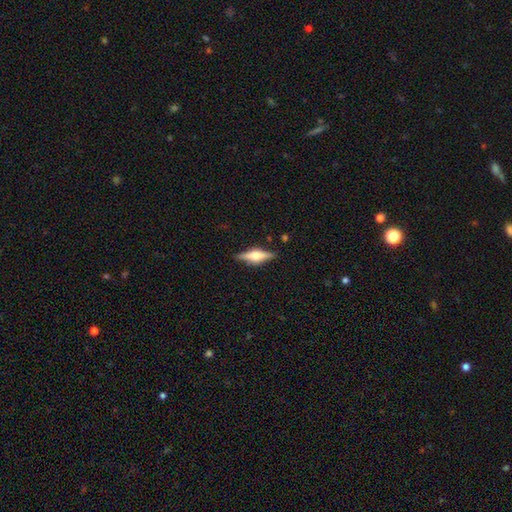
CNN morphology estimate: type=featured or disk (68%); edge-on=yes (96%); edge-on bulge=rounded (90%); merging=none (87%).